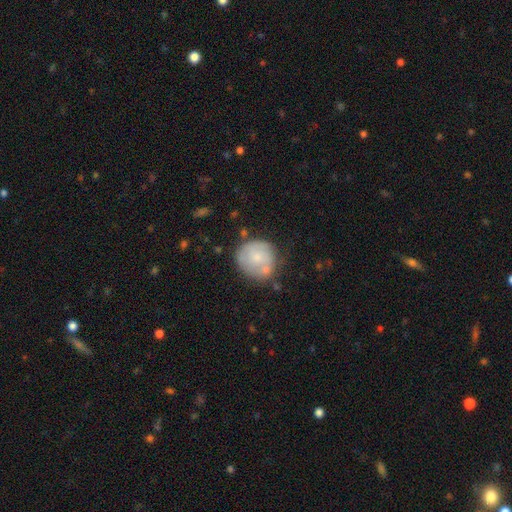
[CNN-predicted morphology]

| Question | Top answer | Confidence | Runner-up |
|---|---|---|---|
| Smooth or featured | smooth | 59% | featured or disk (34%) |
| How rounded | round | 85% | in between (14%) |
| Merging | none | 55% | minor disturbance (24%) |